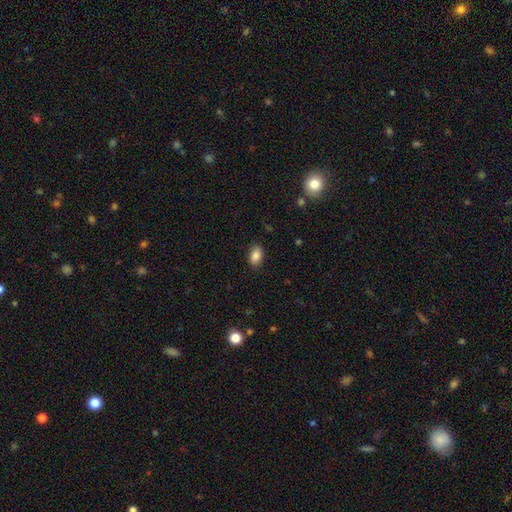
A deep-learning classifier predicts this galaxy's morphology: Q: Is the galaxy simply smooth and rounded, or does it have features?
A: smooth — 86%.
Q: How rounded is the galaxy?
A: in between — 90%.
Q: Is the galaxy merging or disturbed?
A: none — 87%.